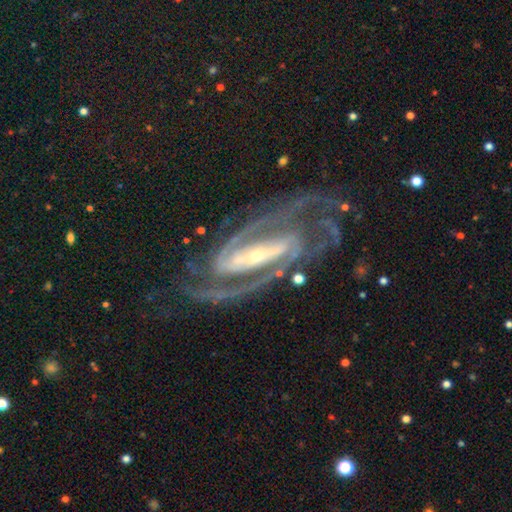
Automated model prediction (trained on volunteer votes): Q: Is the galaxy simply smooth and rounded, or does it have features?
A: featured or disk — 93%.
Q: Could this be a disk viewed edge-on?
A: no — 95%.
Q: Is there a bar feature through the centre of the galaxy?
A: strong — 71%.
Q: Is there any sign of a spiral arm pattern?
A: yes — 98%.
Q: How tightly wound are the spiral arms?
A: tight — 48%.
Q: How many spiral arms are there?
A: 2 — 77%.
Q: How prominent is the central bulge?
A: small — 74%.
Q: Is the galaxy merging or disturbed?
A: none — 72%.